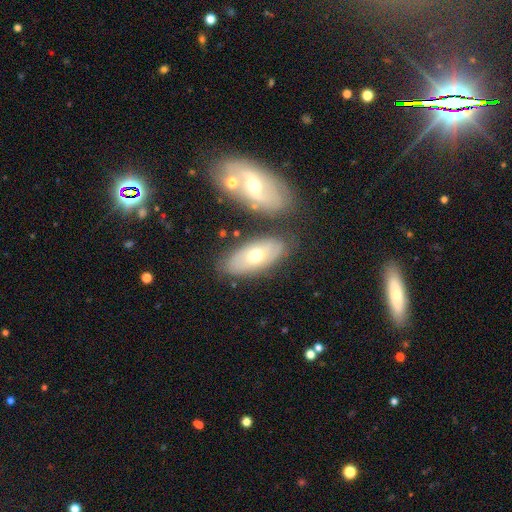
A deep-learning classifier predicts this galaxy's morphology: smooth 51%, featured or disk 43%, star or artifact 6%. Down the decision tree: how rounded — in between (89%); merging — none (71%).